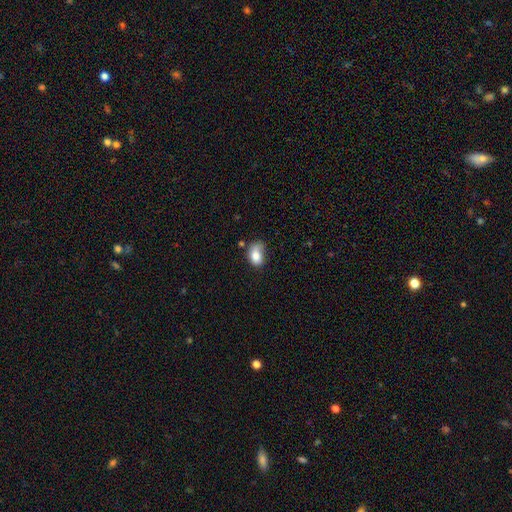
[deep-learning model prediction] Smooth or featured? Predicted: smooth (p=0.80). How rounded? Predicted: in between (p=0.82). Merging? Predicted: none (p=0.40).